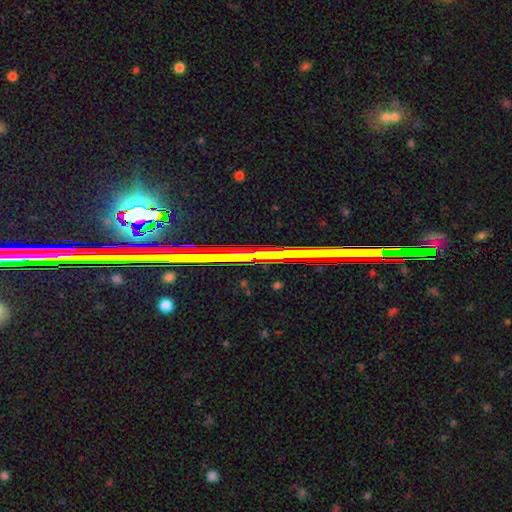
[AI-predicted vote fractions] Smooth or featured: star or artifact — 73% (featured or disk — 16%)